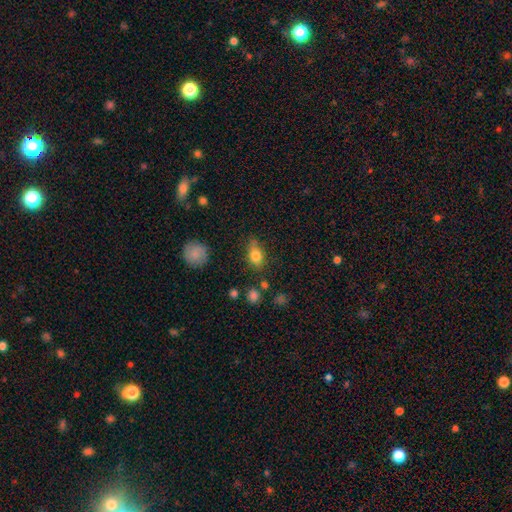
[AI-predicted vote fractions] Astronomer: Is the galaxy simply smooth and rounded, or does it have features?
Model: smooth — 80%.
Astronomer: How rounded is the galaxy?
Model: in between — 74%.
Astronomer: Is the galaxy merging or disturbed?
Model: none — 65%.